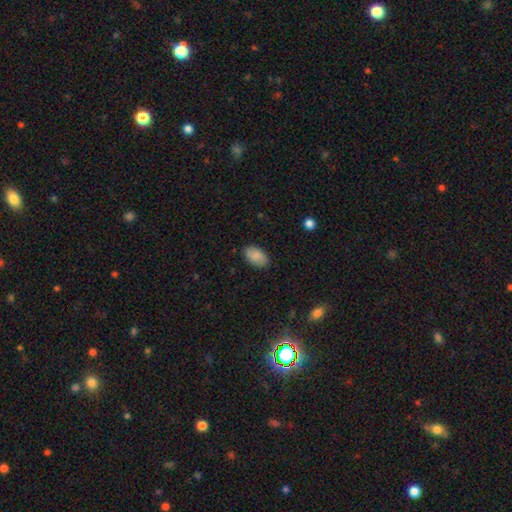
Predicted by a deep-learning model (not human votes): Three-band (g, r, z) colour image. It shows a smooth galaxy with no disk features (85%) that is in between round and cigar-shaped (94%). Merging: none (86%).